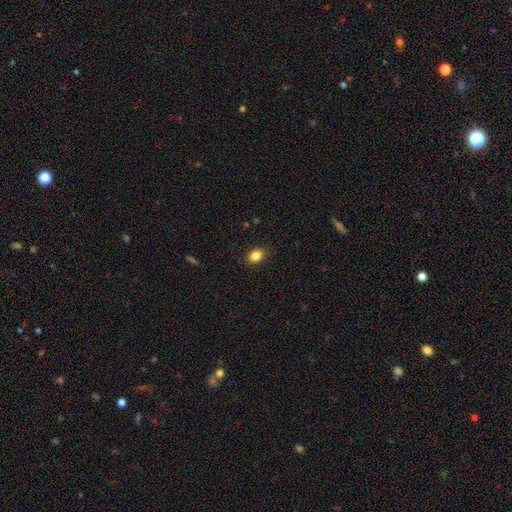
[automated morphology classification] Smooth or featured?
  - smooth: 85% *
  - star or artifact: 10%
  - featured or disk: 5%
How rounded?
  - in between: 66% *
  - round: 32%
  - cigar-shaped: 1%
Merging?
  - none: 88% *
  - minor disturbance: 9%
  - major disturbance: 2%
  - merger: 1%